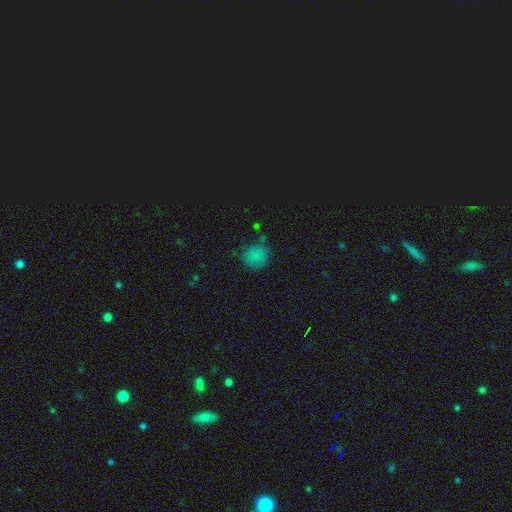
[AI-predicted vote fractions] Smooth or featured? Predicted: smooth (p=0.73). How rounded? Predicted: round (p=0.86). Merging? Predicted: none (p=0.72).